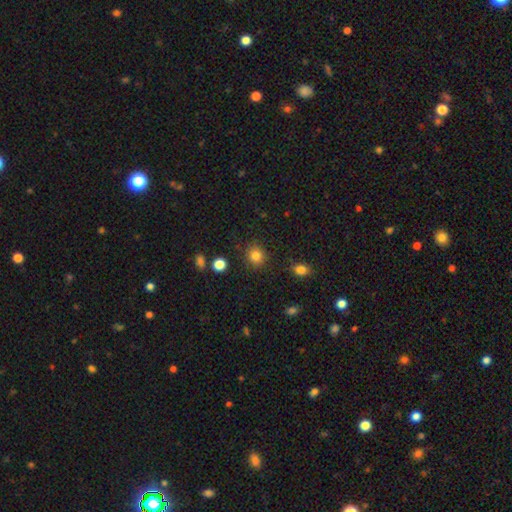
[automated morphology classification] Overall: smooth (84%). How rounded: round (86%). Merging: none (87%).